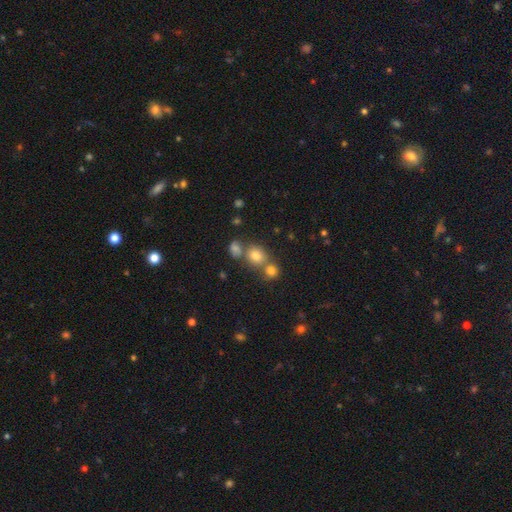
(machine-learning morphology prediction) Smooth or featured? Predicted: smooth (p=0.74). How rounded? Predicted: round (p=0.78). Merging? Predicted: none (p=0.55).